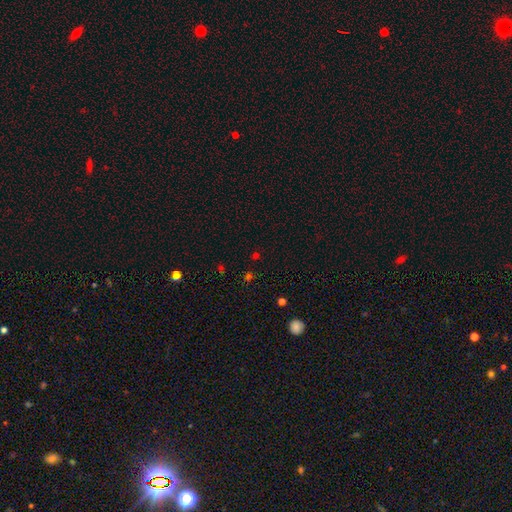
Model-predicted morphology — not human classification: Smooth or featured? star or artifact (49%)